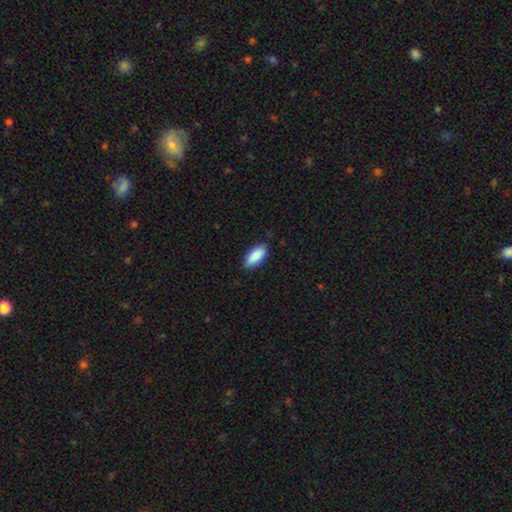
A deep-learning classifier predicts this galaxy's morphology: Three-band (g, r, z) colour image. It shows a smooth galaxy with no disk features (89%) that is in between round and cigar-shaped (88%). Merging: none (84%).